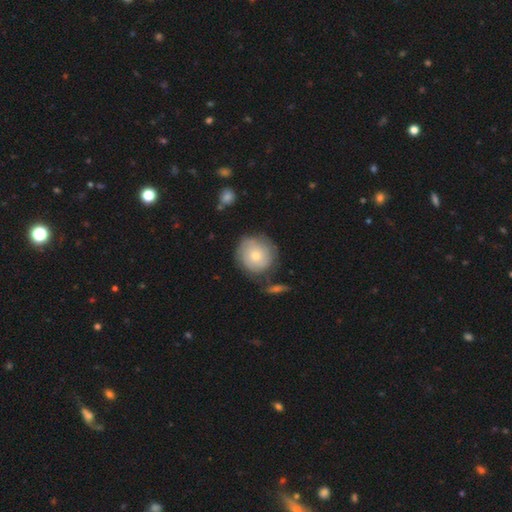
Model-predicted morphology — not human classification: This appears to be a smooth galaxy with no disk features (55%) that is round (91%). Merging: none (71%).